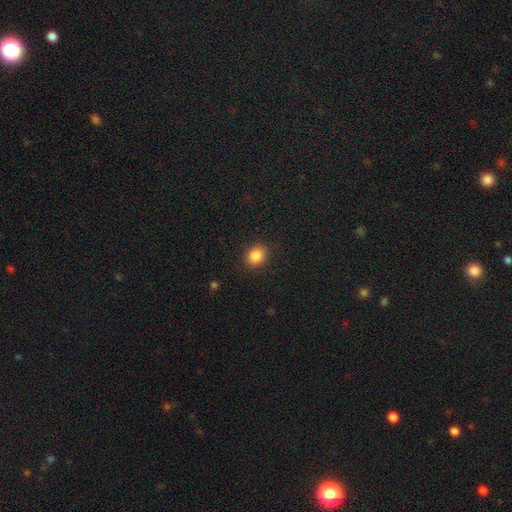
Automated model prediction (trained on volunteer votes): smooth-or-featured: smooth: 86% | star or artifact: 10% | featured or disk: 4%
  how-rounded: round: 59% | in between: 40% | cigar-shaped: 1%
  merging: none: 89% | minor disturbance: 8% | major disturbance: 2% | merger: 1%